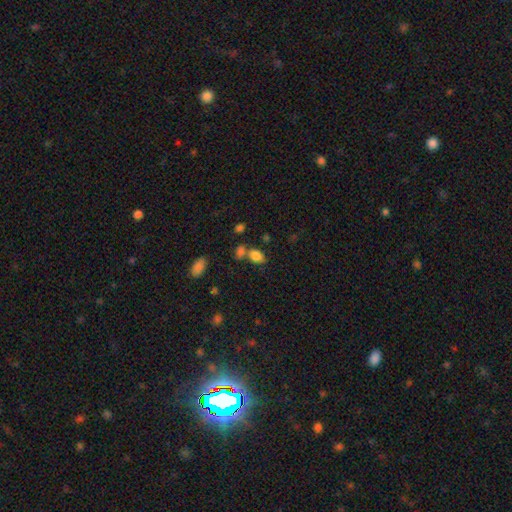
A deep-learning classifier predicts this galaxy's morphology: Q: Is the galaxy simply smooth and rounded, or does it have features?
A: smooth — 83%.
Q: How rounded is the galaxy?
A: in between — 80%.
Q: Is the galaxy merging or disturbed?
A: none — 50%.